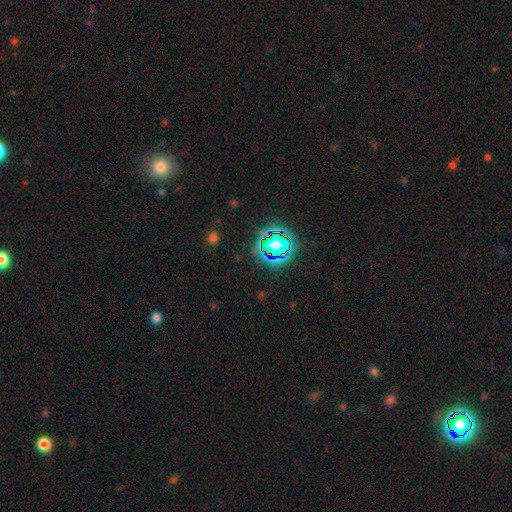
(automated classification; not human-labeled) smooth-or-featured: star or artifact: 75% | smooth: 16% | featured or disk: 9%